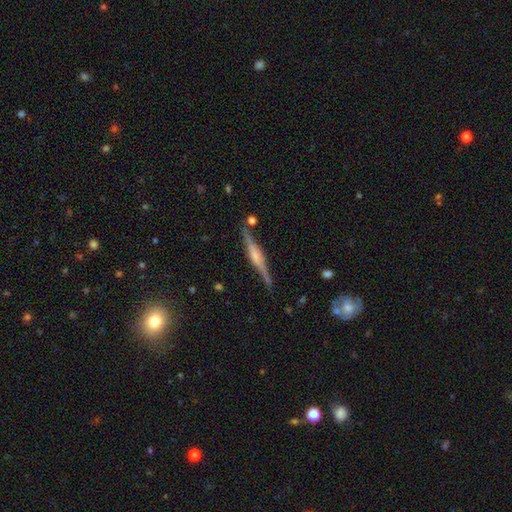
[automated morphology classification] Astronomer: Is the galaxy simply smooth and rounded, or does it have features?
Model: featured or disk — 77%.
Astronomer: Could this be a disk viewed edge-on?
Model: yes — 97%.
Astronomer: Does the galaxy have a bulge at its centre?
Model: rounded — 55% (runner-up: boxy, 34%).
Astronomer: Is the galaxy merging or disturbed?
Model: none — 84%.